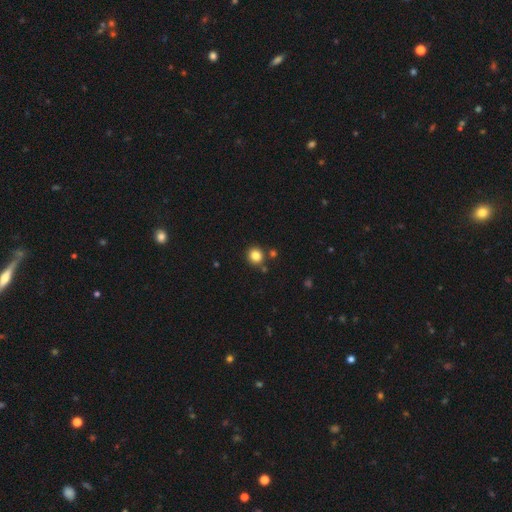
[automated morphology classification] A smooth galaxy with no disk features (83%) that is round (89%). Merging: none (83%).